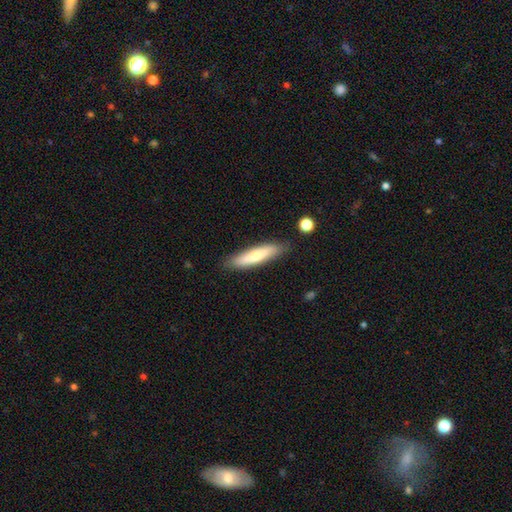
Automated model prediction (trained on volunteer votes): This appears to be a smooth galaxy with no disk features (67%) that is cigar-shaped (82%). Merging: none (86%).